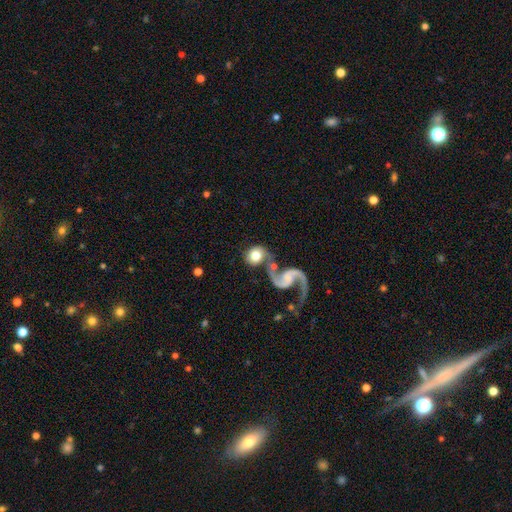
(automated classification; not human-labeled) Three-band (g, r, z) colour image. It shows a smooth galaxy with no disk features (55%) that is round (81%). Merging: none (45%).